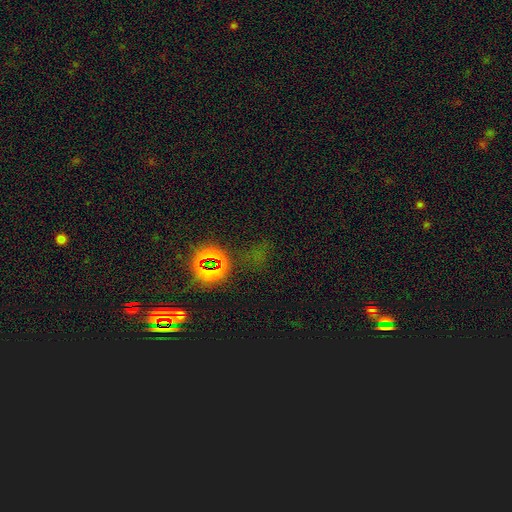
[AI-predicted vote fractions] smooth_or_featured: star or artifact (p=0.70) [alt: smooth p=0.18]